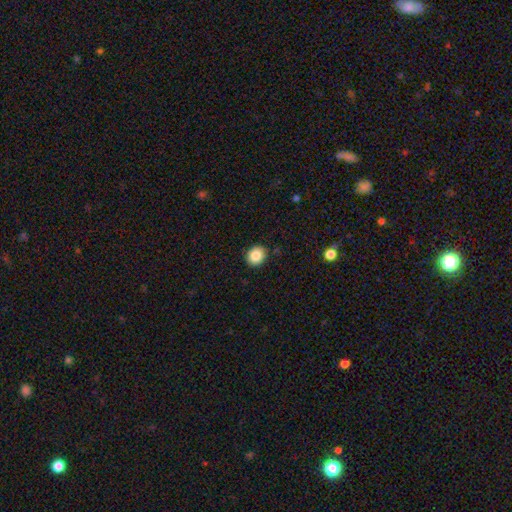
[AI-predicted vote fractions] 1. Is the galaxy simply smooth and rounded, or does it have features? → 86% smooth, 9% star or artifact, 5% featured or disk.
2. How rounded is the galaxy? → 70% round, 29% in between, 1% cigar-shaped.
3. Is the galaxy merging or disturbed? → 87% none, 9% minor disturbance, 2% major disturbance, 2% merger.